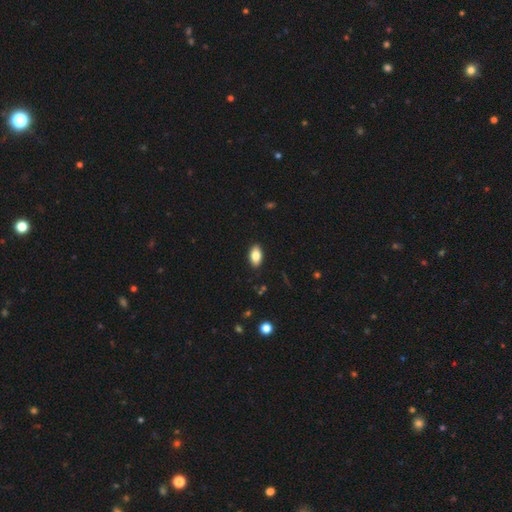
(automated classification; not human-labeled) smooth 83%, featured or disk 9%, star or artifact 8%. Down the decision tree: how rounded — in between (93%); merging — none (89%).